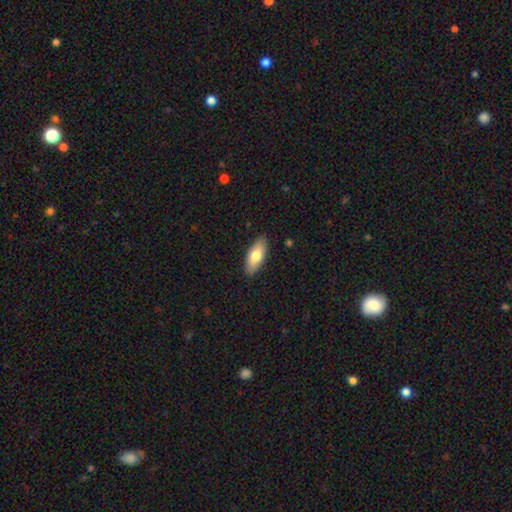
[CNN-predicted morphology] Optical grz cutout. It shows a smooth galaxy with no disk features (76%) that is in between round and cigar-shaped (79%). Merging: none (89%).